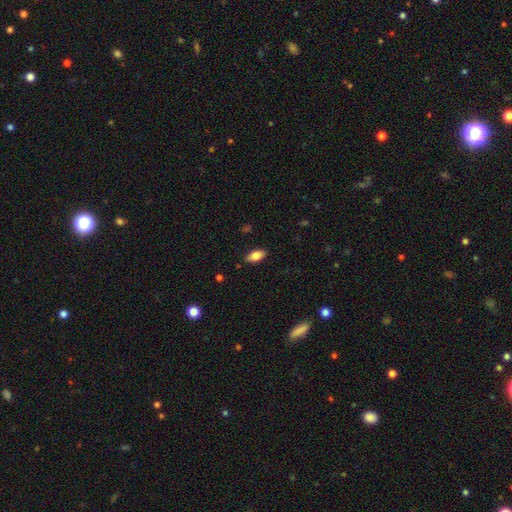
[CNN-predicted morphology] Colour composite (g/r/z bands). It shows a smooth galaxy with no disk features (81%) that is in between round and cigar-shaped (91%). Merging: none (87%).